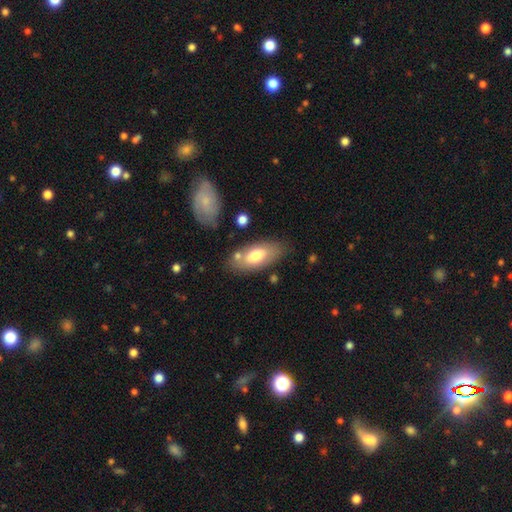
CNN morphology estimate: Smooth or featured: smooth — 69% (featured or disk — 25%)
How rounded: in between — 87% (cigar-shaped — 10%)
Merging: none — 73% (minor disturbance — 15%)